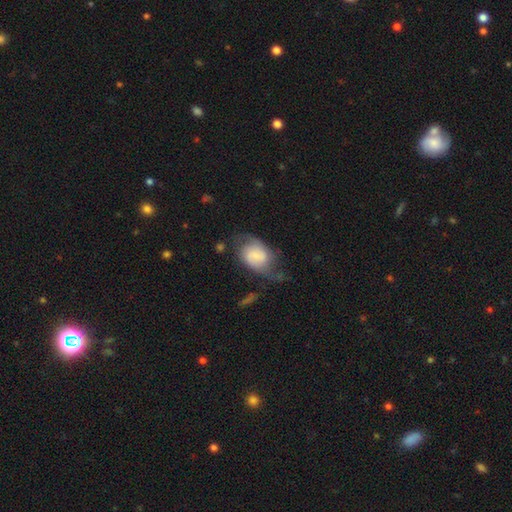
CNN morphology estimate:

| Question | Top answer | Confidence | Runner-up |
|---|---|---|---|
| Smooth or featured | featured or disk | 54% | smooth (38%) |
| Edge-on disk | no | 97% | yes (3%) |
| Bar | no | 50% | weak (40%) |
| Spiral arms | yes | 87% | no (13%) |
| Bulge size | small | 43% | moderate (21%) |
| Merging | none | 42% | major disturbance (28%) |